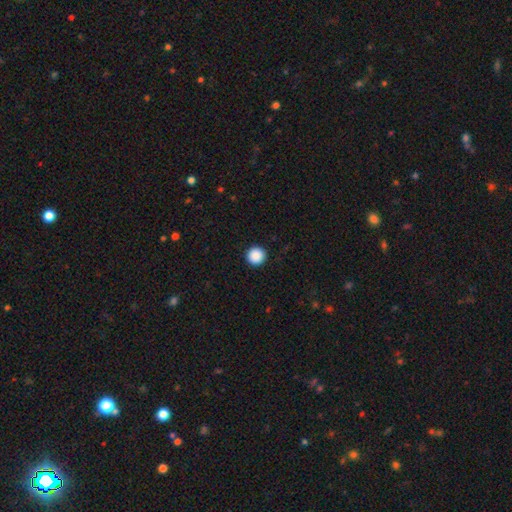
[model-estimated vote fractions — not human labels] Q: Smooth or featured?
A: smooth (89%); runner-up: star or artifact (8%)
Q: How rounded?
A: round (96%); runner-up: in between (3%)
Q: Merging?
A: none (93%); runner-up: minor disturbance (4%)